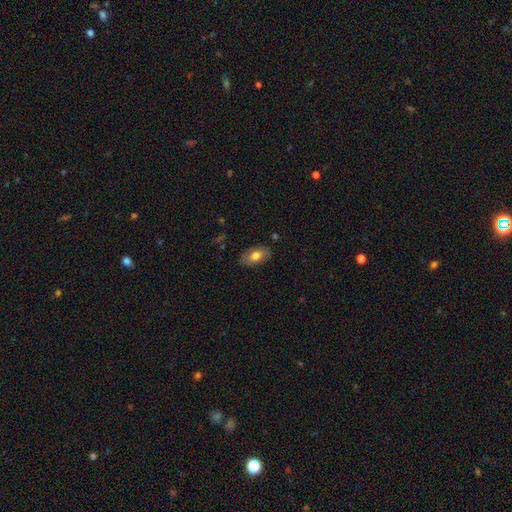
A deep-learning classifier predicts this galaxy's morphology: smooth-or-featured: smooth: 74% | featured or disk: 19% | star or artifact: 6%
  how-rounded: in between: 93% | round: 5% | cigar-shaped: 2%
  merging: none: 84% | minor disturbance: 12% | major disturbance: 3% | merger: 1%